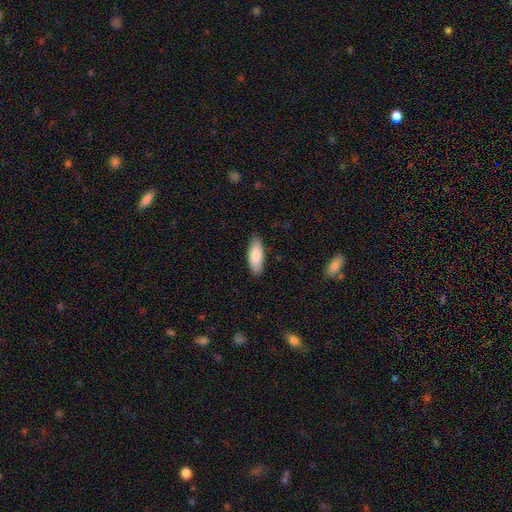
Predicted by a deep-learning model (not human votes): Smooth or featured? Predicted: smooth (p=0.87). How rounded? Predicted: in between (p=0.73). Merging? Predicted: none (p=0.88).